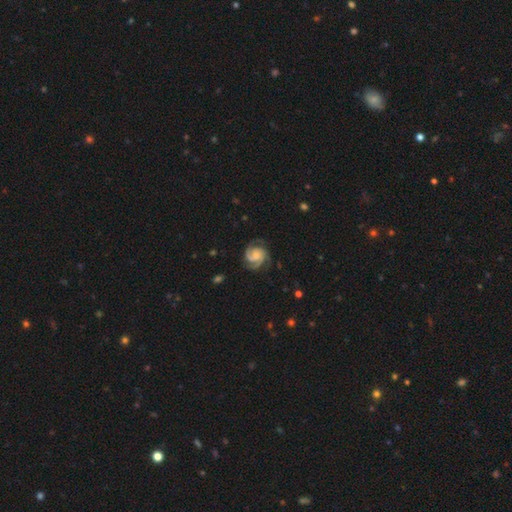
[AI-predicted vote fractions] A featured or disk galaxy (89%) with no bar (63%), 3 (42%) tight (55%) spiral arms (98%) and a small central bulge (42%). Merging: none (77%).